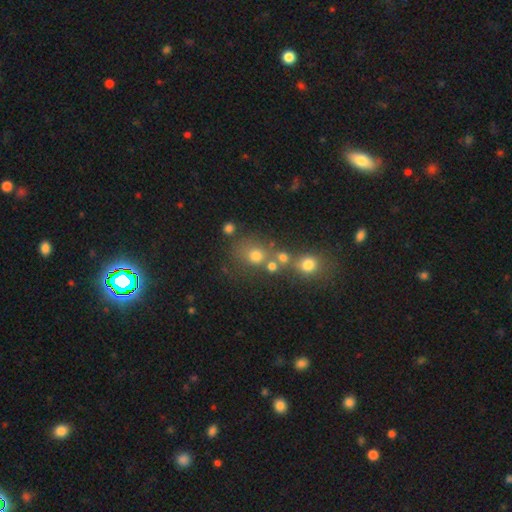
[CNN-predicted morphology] This is likely a smooth galaxy (67%). How rounded: likely round (77%). Merging: possibly none (50%).